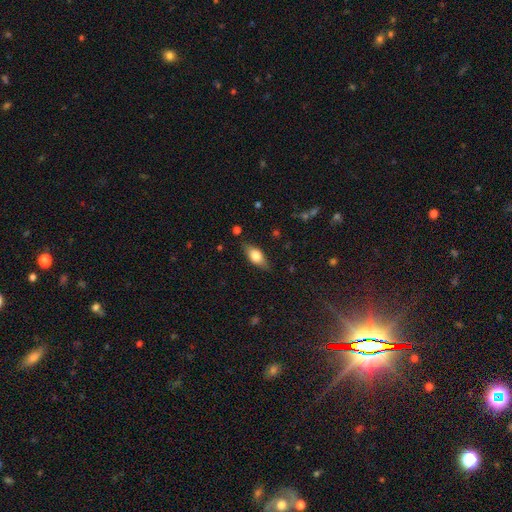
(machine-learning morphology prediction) A smooth galaxy with no disk features (68%) that is in between round and cigar-shaped (82%). Merging: none (81%).